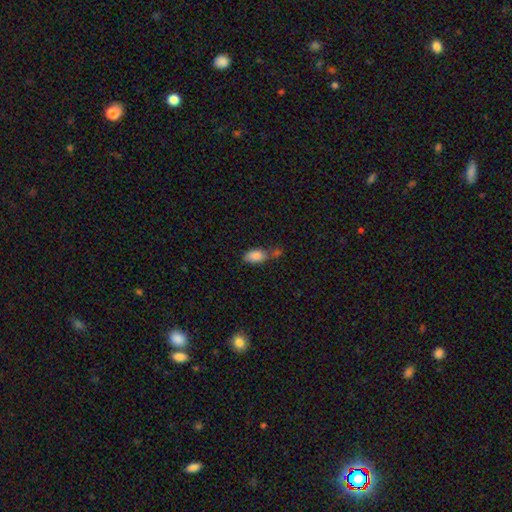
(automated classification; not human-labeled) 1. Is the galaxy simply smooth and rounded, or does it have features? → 85% smooth, 8% star or artifact, 7% featured or disk.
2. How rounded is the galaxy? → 90% in between, 5% cigar-shaped, 5% round.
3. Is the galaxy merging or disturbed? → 38% none, 33% merger, 21% minor disturbance, 8% major disturbance.